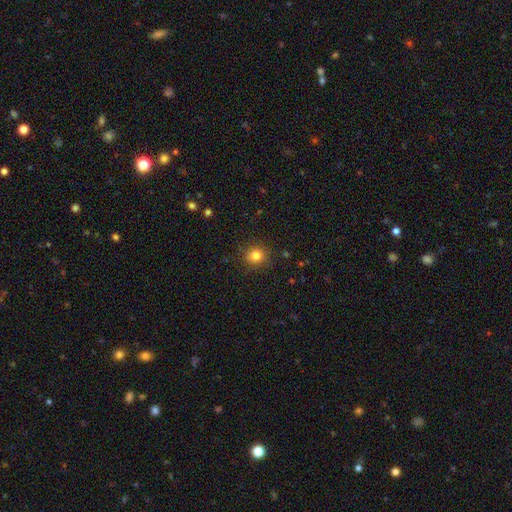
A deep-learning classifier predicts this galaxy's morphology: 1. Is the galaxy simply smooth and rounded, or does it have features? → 82% smooth, 13% star or artifact, 6% featured or disk.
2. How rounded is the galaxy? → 88% round, 11% in between, 1% cigar-shaped.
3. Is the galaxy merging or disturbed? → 89% none, 8% minor disturbance, 3% major disturbance, 1% merger.